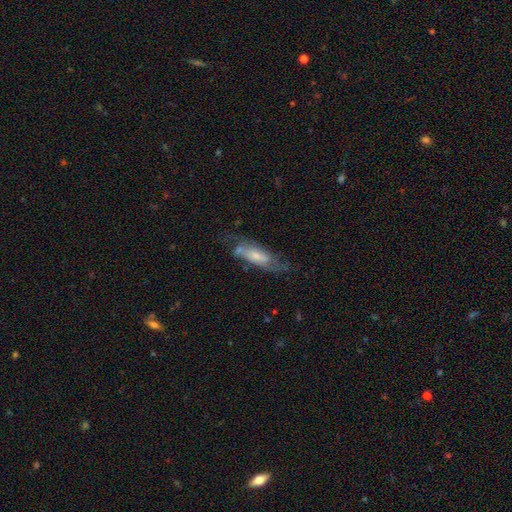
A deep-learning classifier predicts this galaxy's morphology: Smooth or featured? Predicted: featured or disk (p=0.54). Edge-on disk? Predicted: no (p=0.75). Merging? Predicted: none (p=0.52).